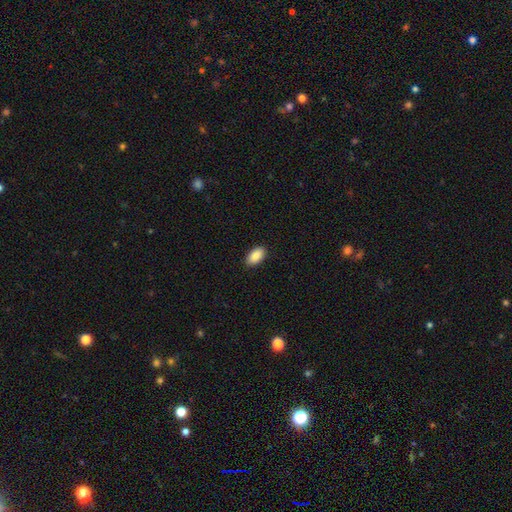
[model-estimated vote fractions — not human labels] Q: Smooth or featured?
A: smooth (90%); runner-up: star or artifact (6%)
Q: How rounded?
A: in between (95%); runner-up: round (3%)
Q: Merging?
A: none (89%); runner-up: minor disturbance (8%)